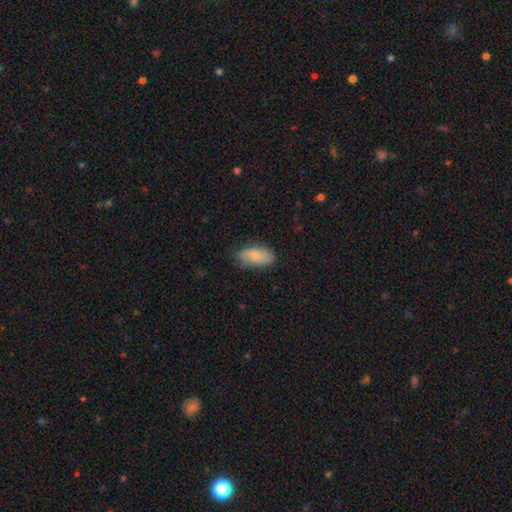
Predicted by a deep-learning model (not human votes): This appears to be a smooth galaxy with no disk features (82%) that is in between round and cigar-shaped (91%). Merging: none (78%).